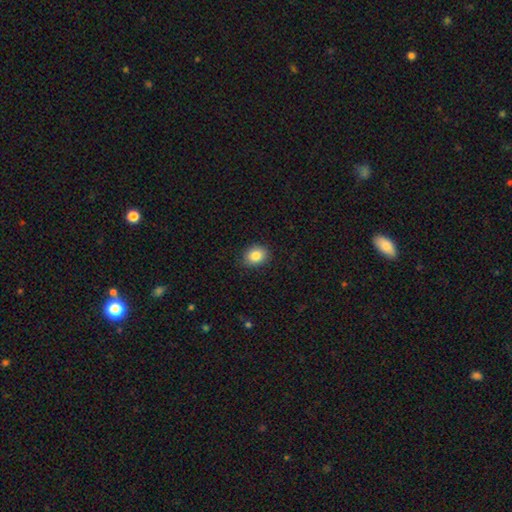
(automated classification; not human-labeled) The model was most divided on "how rounded": round: 51%, in between: 48%, cigar-shaped: 1%. More confident: merging — none (86%); smooth or featured — smooth (85%).